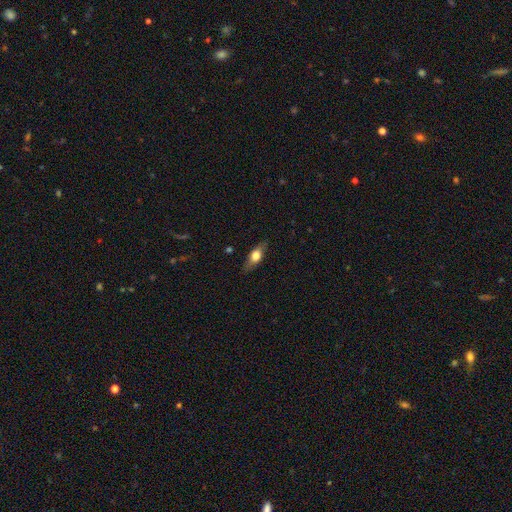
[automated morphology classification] Smooth or featured: smooth — 65% (featured or disk — 28%)
How rounded: in between — 72% (cigar-shaped — 22%)
Merging: none — 80% (minor disturbance — 15%)